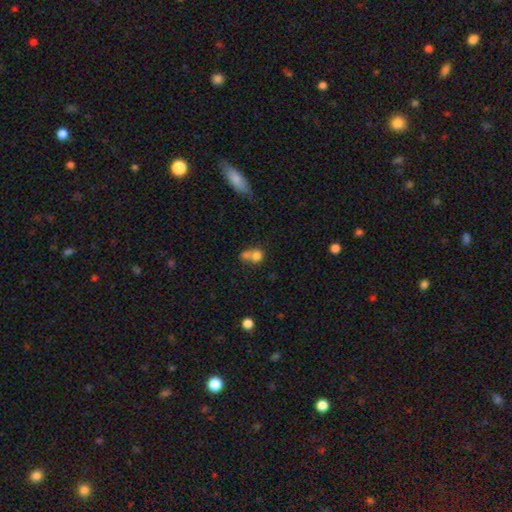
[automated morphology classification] Q: Smooth or featured?
A: smooth (75%); runner-up: featured or disk (14%)
Q: How rounded?
A: round (69%); runner-up: in between (29%)
Q: Merging?
A: merger (59%); runner-up: none (28%)